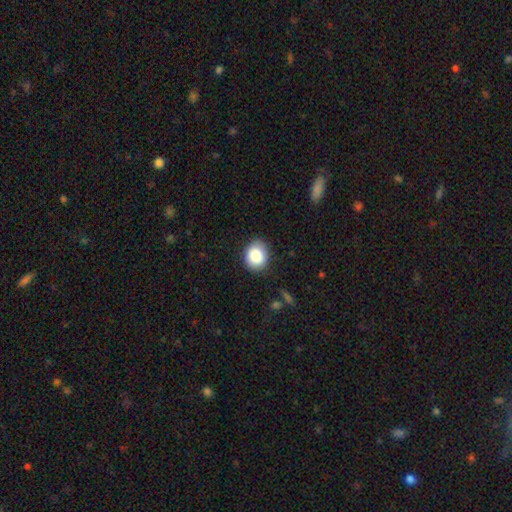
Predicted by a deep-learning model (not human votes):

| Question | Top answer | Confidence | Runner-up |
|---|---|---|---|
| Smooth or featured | smooth | 86% | star or artifact (8%) |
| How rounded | round | 62% | in between (37%) |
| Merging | none | 86% | minor disturbance (11%) |